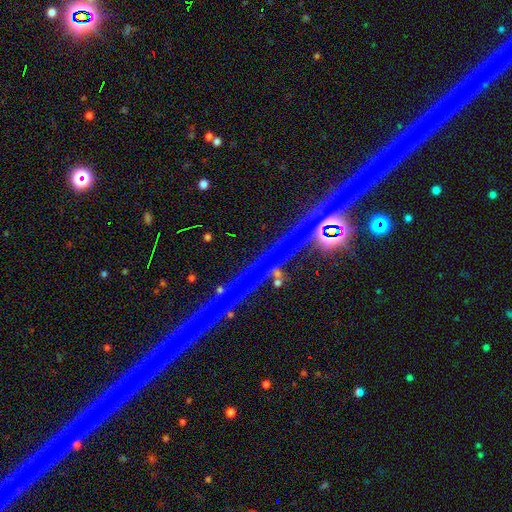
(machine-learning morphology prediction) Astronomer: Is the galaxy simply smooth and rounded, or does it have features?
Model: star or artifact — 80%.